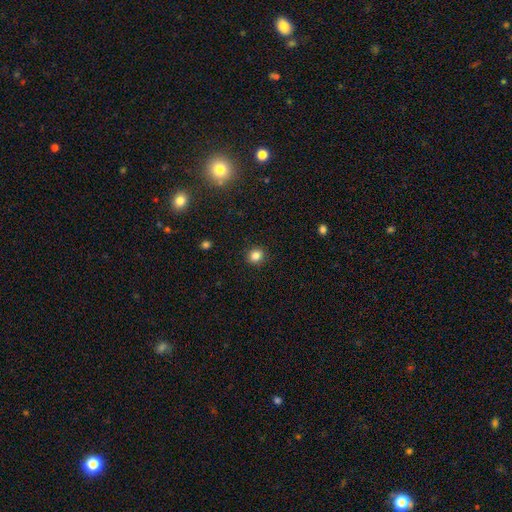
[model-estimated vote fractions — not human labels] Smooth or featured? smooth (84%)
How rounded? round (84%)
Merging? none (91%)